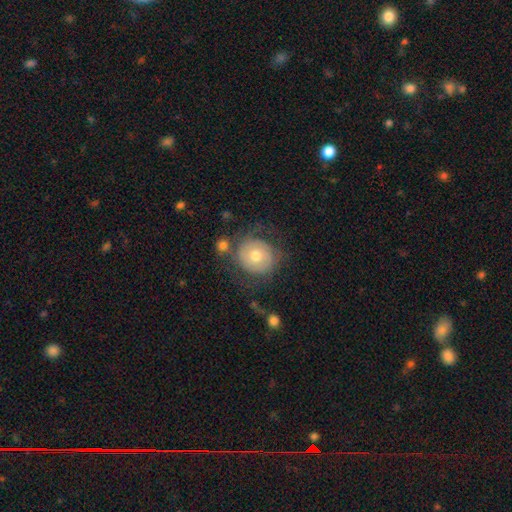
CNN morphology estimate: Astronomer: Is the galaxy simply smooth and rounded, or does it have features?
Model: smooth — 52% (runner-up: featured or disk, 40%).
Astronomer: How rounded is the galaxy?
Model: round — 86%.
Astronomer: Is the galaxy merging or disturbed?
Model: none — 61%.